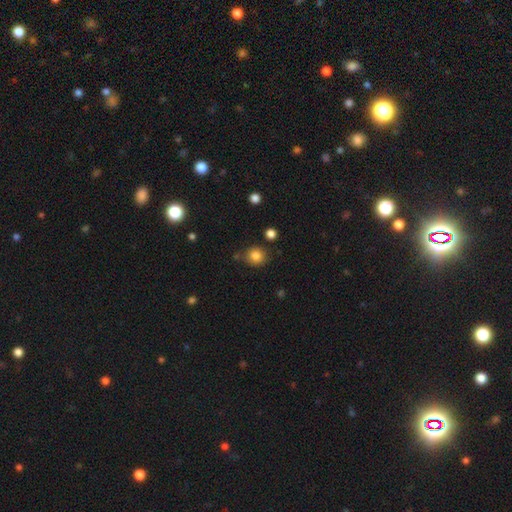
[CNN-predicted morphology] This is clearly a smooth galaxy (83%). How rounded: clearly round (86%). Merging: likely none (78%).